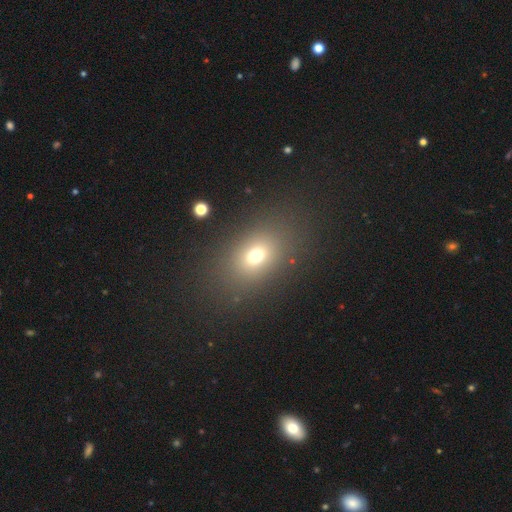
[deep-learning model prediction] smooth-or-featured: smooth: 69% | star or artifact: 19% | featured or disk: 13%
  how-rounded: in between: 64% | round: 35% | cigar-shaped: 2%
  merging: none: 81% | minor disturbance: 9% | major disturbance: 7% | merger: 2%